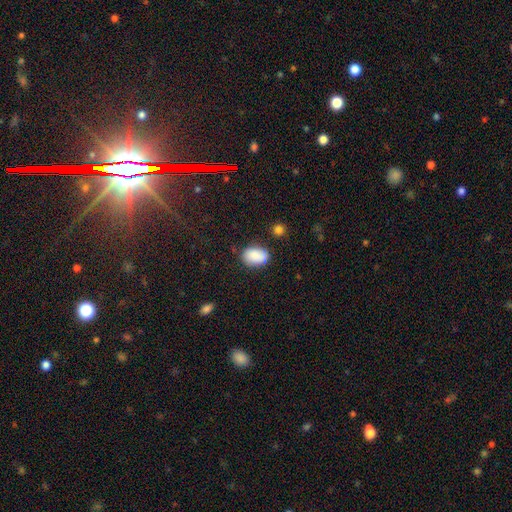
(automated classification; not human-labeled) Q: Smooth or featured?
A: smooth (86%); runner-up: star or artifact (7%)
Q: How rounded?
A: in between (84%); runner-up: round (15%)
Q: Merging?
A: none (74%); runner-up: minor disturbance (18%)